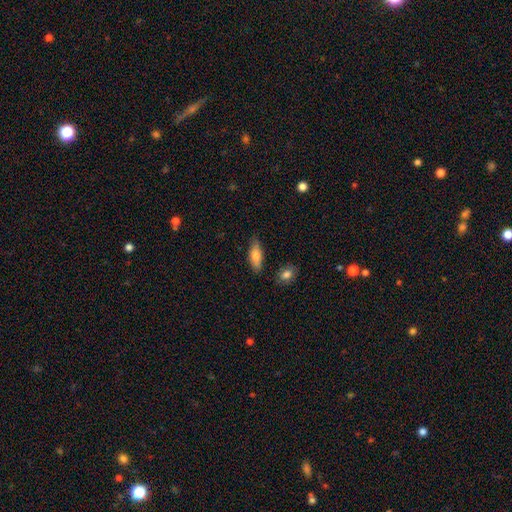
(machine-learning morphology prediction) The model was most divided on "how rounded": in between: 75%, cigar-shaped: 22%, round: 3%. More confident: merging — none (77%); smooth or featured — smooth (75%).